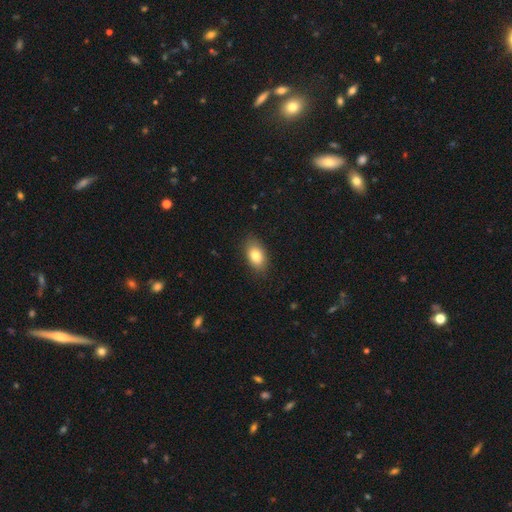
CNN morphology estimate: smooth_or_featured: smooth (p=0.81) [alt: featured or disk p=0.11]
how_rounded: in between (p=0.89) [alt: round p=0.09]
merging: none (p=0.85) [alt: minor disturbance p=0.11]